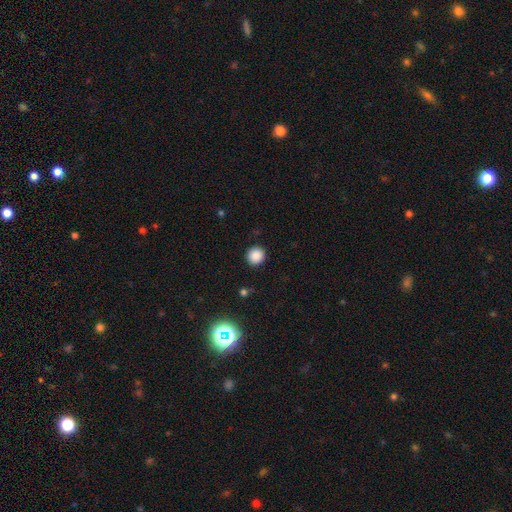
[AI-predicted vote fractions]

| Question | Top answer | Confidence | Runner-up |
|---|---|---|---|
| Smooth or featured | smooth | 86% | star or artifact (11%) |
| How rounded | round | 93% | in between (6%) |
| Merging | none | 91% | minor disturbance (6%) |